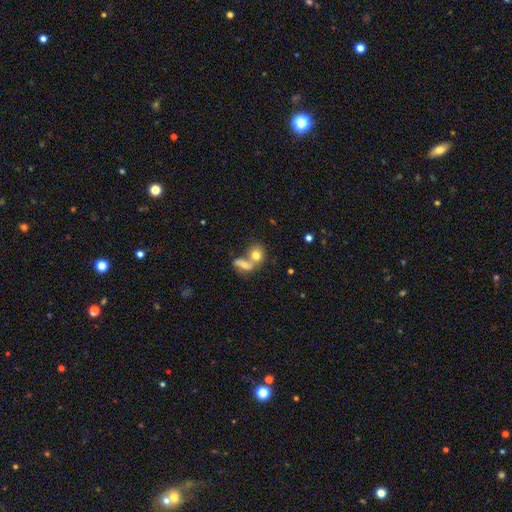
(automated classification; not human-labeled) A smooth galaxy with no disk features (72%) that is round (60%).

Vote fractions:
- Smooth or featured? smooth: 72% / featured or disk: 18% / star or artifact: 10%
- How rounded? round: 60% / in between: 37% / cigar-shaped: 3%
- Merging? merger: 61% / none: 28% / minor disturbance: 7% / major disturbance: 5%